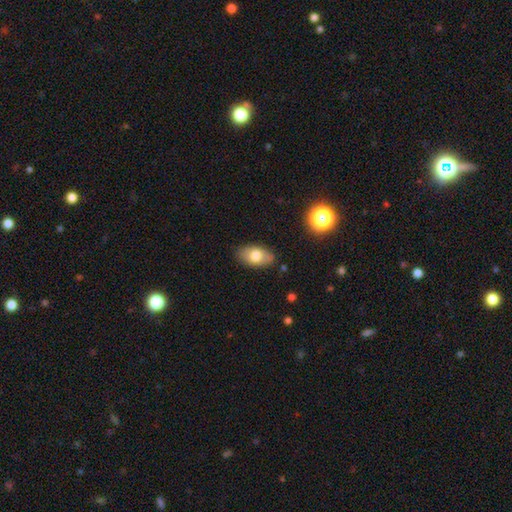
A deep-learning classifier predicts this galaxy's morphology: Overall: smooth (74%). How rounded: in between (92%). Merging: none (83%).